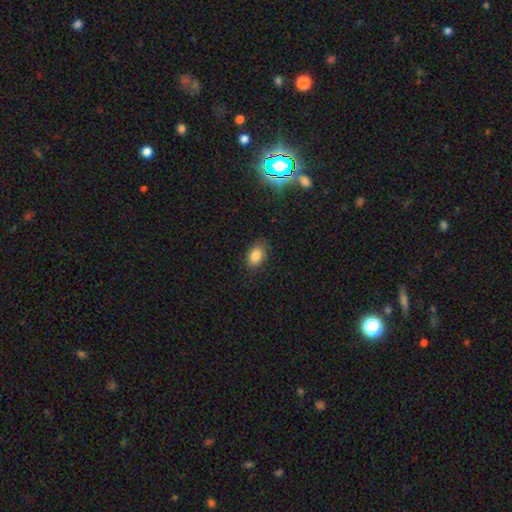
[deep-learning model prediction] This appears to be a smooth galaxy with no disk features (86%) that is in between round and cigar-shaped (84%). Merging: none (85%).